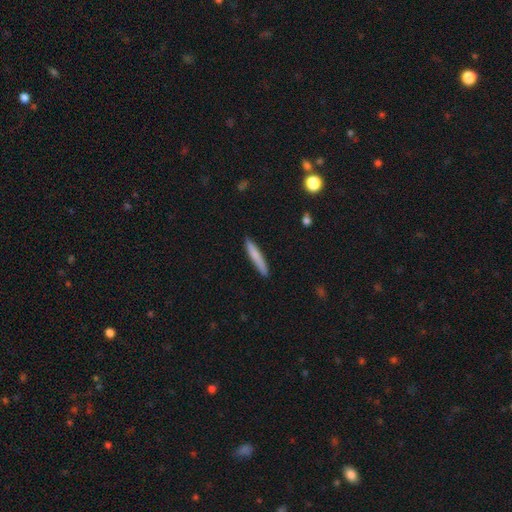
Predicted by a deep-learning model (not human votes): This is likely a smooth galaxy (73%). How rounded: clearly cigar-shaped (94%). Merging: clearly none (87%).